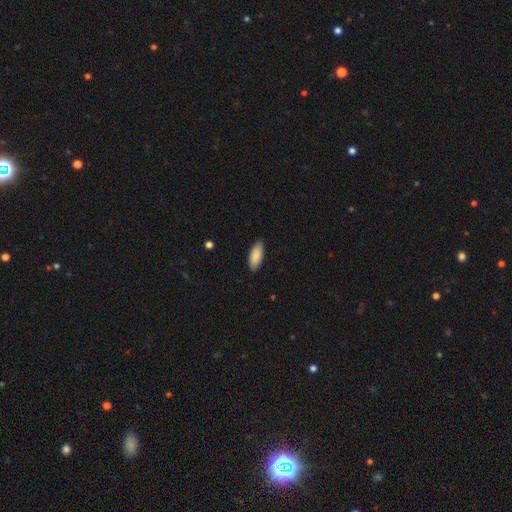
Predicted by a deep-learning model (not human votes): Smooth or featured? Predicted: smooth (p=0.88). How rounded? Predicted: in between (p=0.81). Merging? Predicted: none (p=0.87).